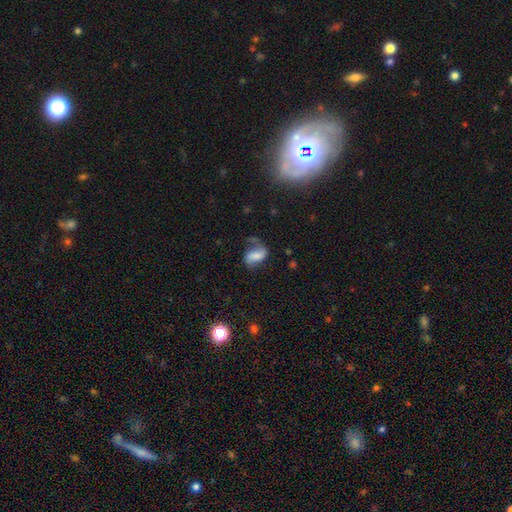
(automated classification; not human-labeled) Overall: smooth (46%; featured or disk 44%). Merging: none (44%; minor disturbance 25%).